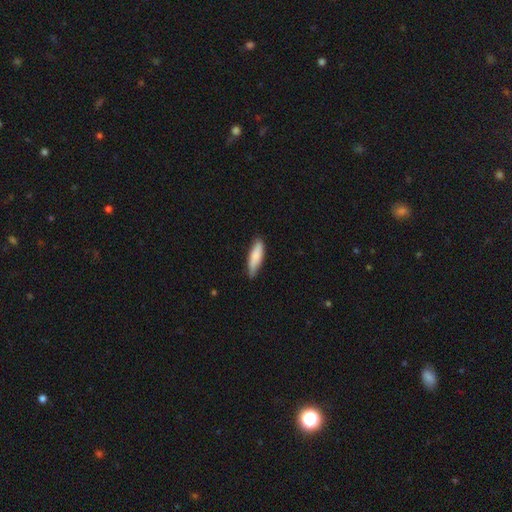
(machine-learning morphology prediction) A smooth galaxy with no disk features (82%) that is cigar-shaped (61%). Merging: none (74%).